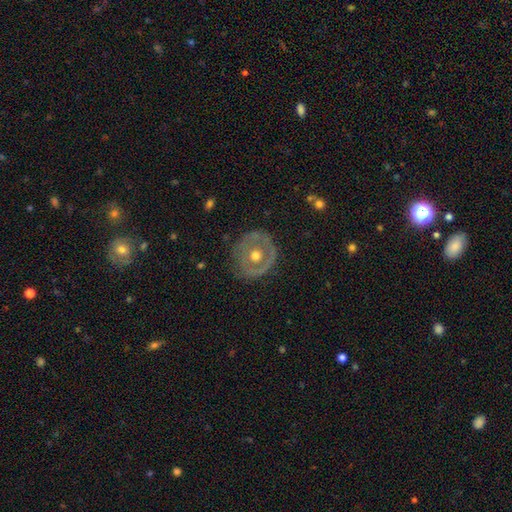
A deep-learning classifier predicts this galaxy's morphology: A featured or disk galaxy (60%) with no bar (86%), no spiral arms (82%) and a moderate central bulge (79%).

Vote fractions:
- Smooth or featured? featured or disk: 60% / smooth: 34% / star or artifact: 6%
- Edge-on disk? no: 95% / yes: 5%
- Bar? no: 86% / weak: 10% / strong: 3%
- Spiral arms? no: 82% / yes: 18%
- Bulge size? moderate: 79% / small: 11% / large: 7% / none: 1% / dominant: 1%
- Merging? none: 78% / minor disturbance: 15% / major disturbance: 6% / merger: 1%